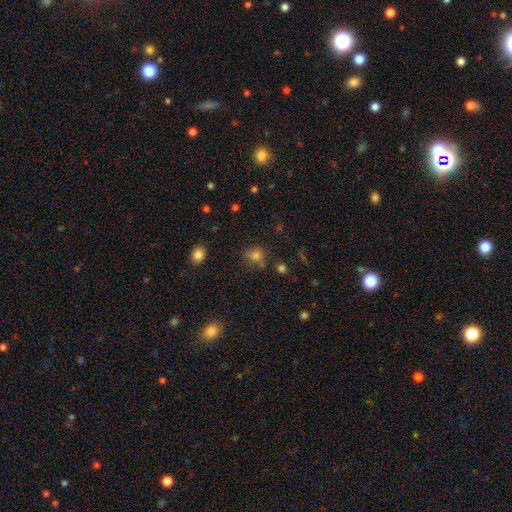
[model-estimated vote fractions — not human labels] Morphology: type=smooth (73%); roundness=round (74%); merging=none (66%).